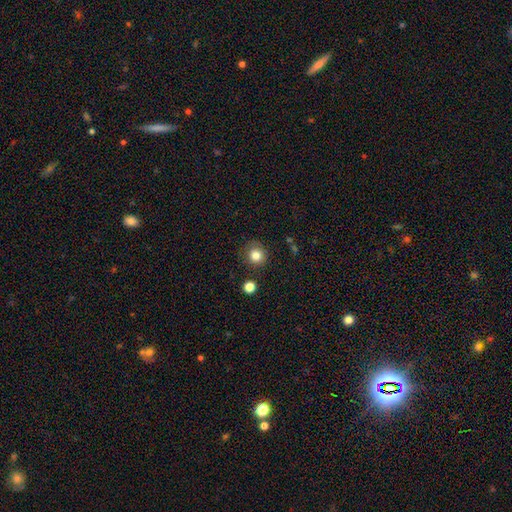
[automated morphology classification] type=smooth (81%); roundness=round (90%); merging=none (83%).